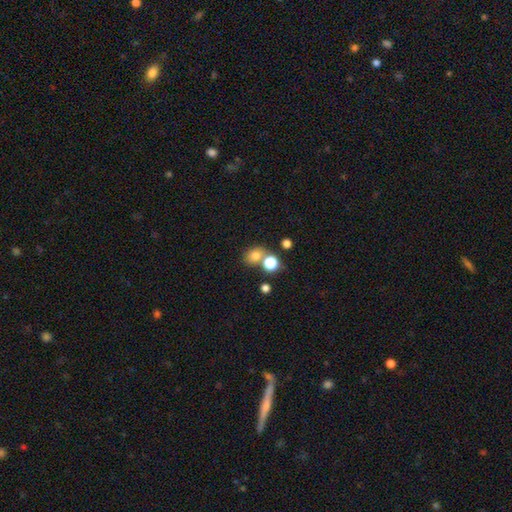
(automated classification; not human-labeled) Overall: smooth (77%). How rounded: round (62%; in between 37%). Merging: none (59%; merger 27%).